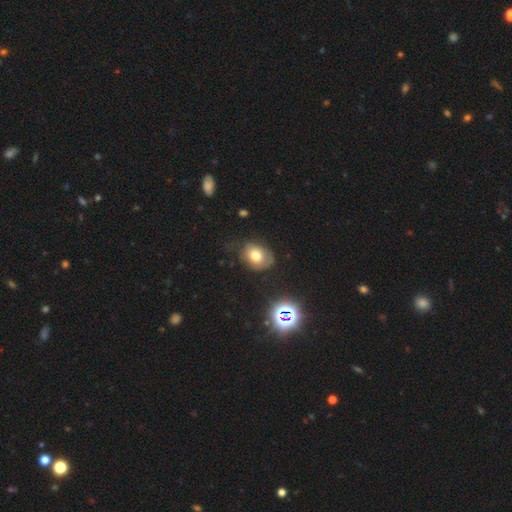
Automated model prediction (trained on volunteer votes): A smooth galaxy with no disk features (63%) that is in between round and cigar-shaped (57%). Merging: none (56%).